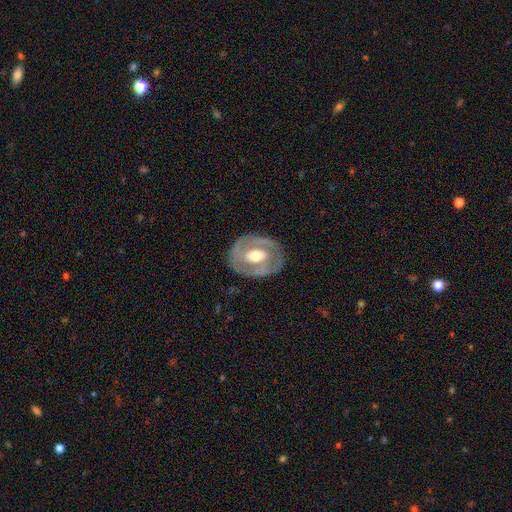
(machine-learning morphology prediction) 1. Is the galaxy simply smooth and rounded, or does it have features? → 69% featured or disk, 26% smooth, 5% star or artifact.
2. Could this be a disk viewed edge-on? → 94% no, 6% yes.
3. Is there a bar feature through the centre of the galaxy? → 42% no, 33% weak, 25% strong.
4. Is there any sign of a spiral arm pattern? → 61% no, 39% yes.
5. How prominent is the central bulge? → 69% moderate, 16% large, 12% small, 1% dominant, 1% none.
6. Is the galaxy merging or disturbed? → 78% none, 14% minor disturbance, 6% major disturbance, 1% merger.